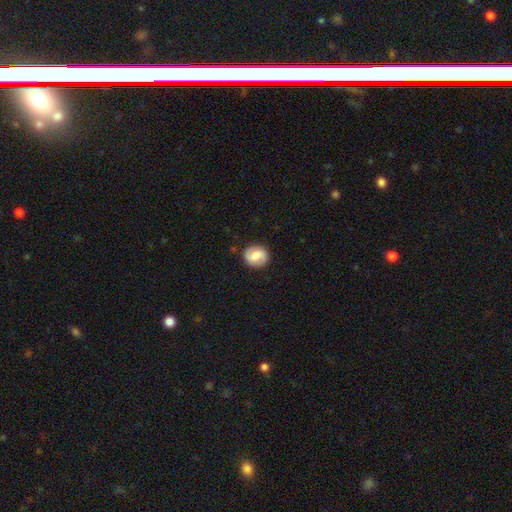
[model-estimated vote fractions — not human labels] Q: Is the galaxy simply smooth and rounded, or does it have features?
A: smooth — 51%.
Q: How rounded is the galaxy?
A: round — 78%.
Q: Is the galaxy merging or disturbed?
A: none — 87%.